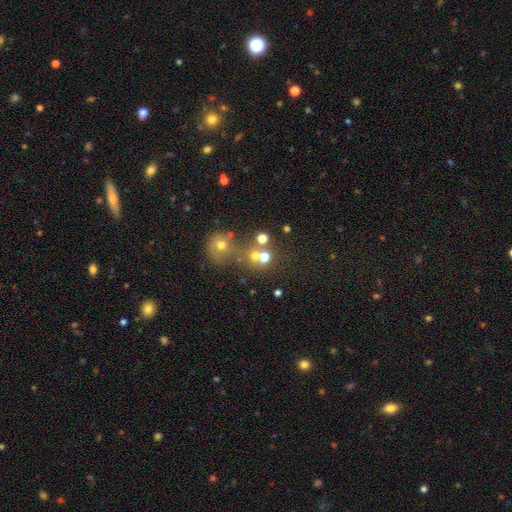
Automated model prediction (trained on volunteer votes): smooth_or_featured: smooth (p=0.61) [alt: star or artifact p=0.24]
how_rounded: round (p=0.84) [alt: in between p=0.14]
merging: none (p=0.48) [alt: merger p=0.37]